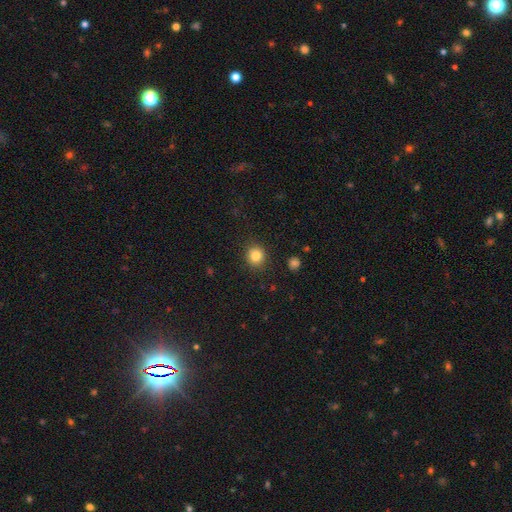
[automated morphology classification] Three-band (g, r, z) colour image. It shows a smooth galaxy with no disk features (84%) that is round (85%). Merging: none (89%).